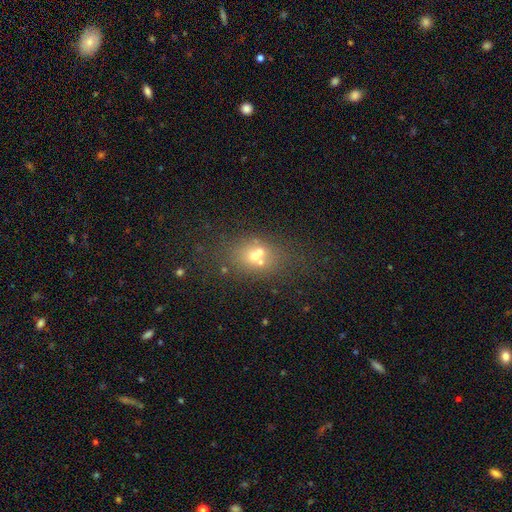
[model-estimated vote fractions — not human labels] smooth 52%, featured or disk 28%, star or artifact 20%. Down the decision tree: how rounded — round (50%); merging — merger (43%).